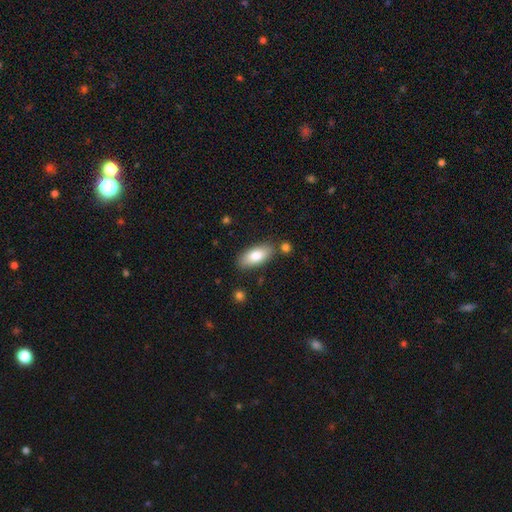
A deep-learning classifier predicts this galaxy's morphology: This is likely a smooth galaxy (79%). How rounded: clearly in between (86%). Merging: clearly none (80%).